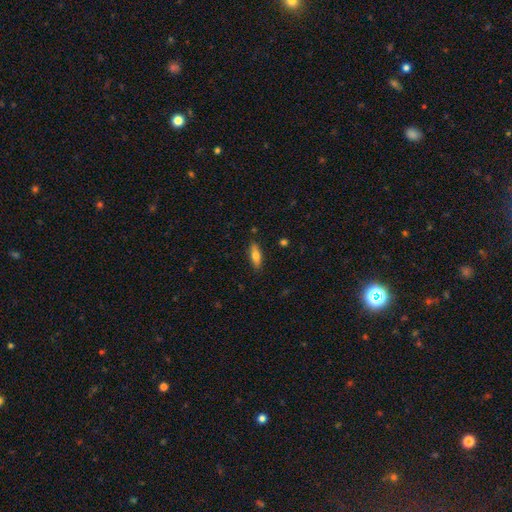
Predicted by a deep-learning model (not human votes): Q: Smooth or featured?
A: smooth (65%); runner-up: featured or disk (28%)
Q: How rounded?
A: in between (57%); runner-up: cigar-shaped (40%)
Q: Merging?
A: none (86%); runner-up: minor disturbance (11%)